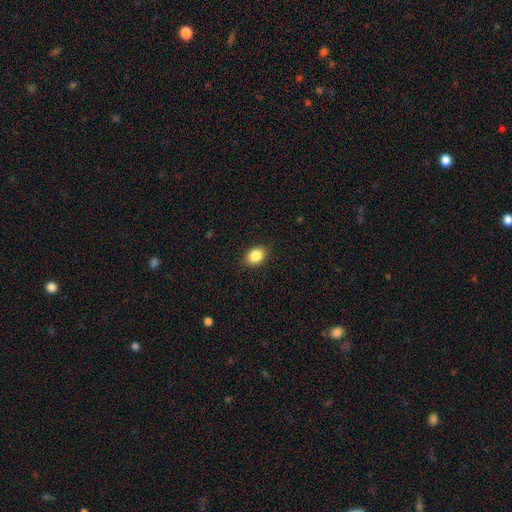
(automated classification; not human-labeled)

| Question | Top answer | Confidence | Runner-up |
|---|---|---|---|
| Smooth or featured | smooth | 86% | star or artifact (9%) |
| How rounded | in between | 66% | round (33%) |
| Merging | none | 86% | minor disturbance (11%) |